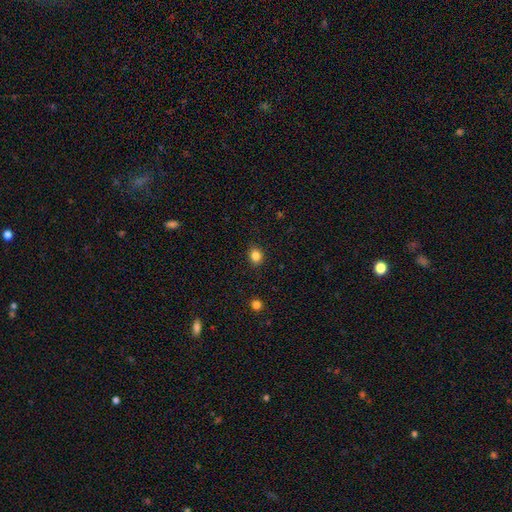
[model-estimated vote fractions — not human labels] Smooth or featured?
  - smooth: 84% *
  - star or artifact: 11%
  - featured or disk: 5%
How rounded?
  - round: 58% *
  - in between: 42%
  - cigar-shaped: 1%
Merging?
  - none: 88% *
  - minor disturbance: 9%
  - major disturbance: 2%
  - merger: 1%